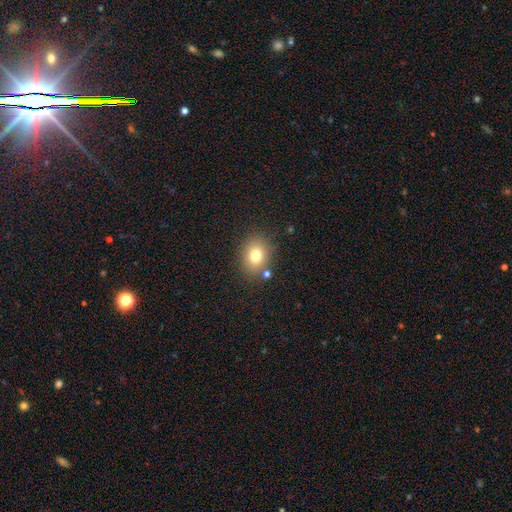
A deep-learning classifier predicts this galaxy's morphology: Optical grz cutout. It shows a smooth galaxy with no disk features (77%) that is in between round and cigar-shaped (53%). Merging: none (80%).